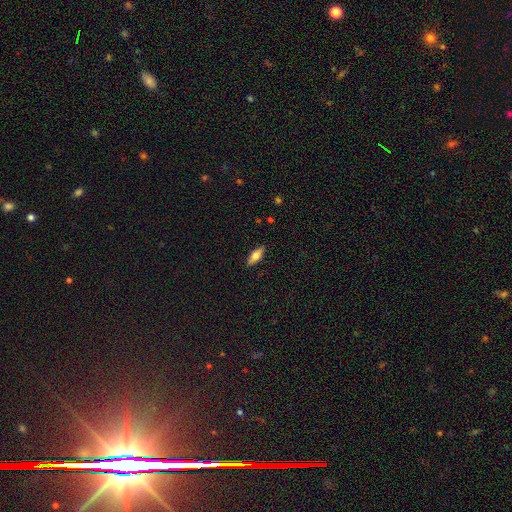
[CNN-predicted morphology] Smooth or featured? smooth (62%)
How rounded? in between (63%)
Merging? none (89%)